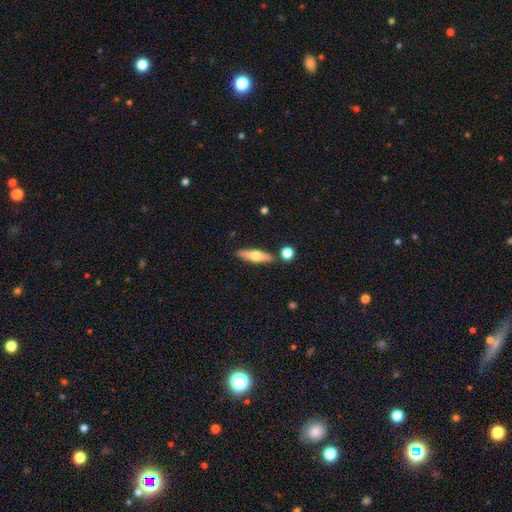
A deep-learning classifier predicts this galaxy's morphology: The model was most divided on "smooth or featured": smooth: 50%, featured or disk: 44%, star or artifact: 6%. More confident: merging — none (84%).